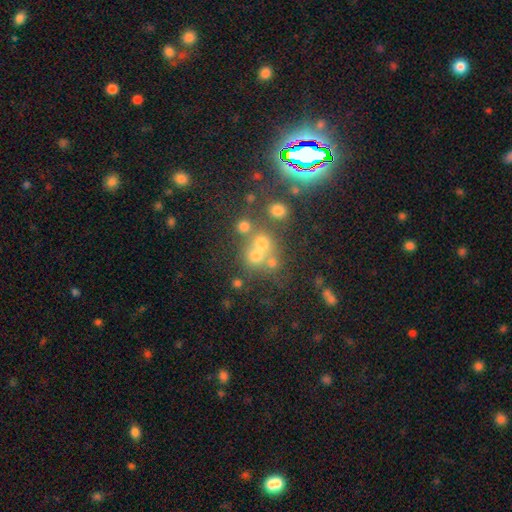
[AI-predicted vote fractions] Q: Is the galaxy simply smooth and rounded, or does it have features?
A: smooth — 59%.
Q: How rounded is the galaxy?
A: round — 81%.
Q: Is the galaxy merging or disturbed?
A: none — 46%.